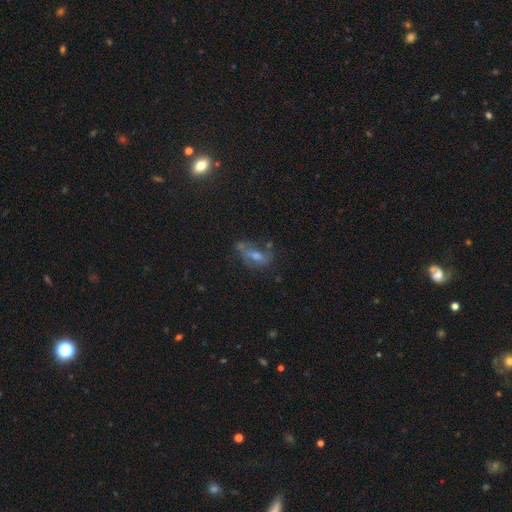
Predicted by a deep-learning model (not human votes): The model was most divided on "smooth or featured": featured or disk: 41%, smooth: 38%, star or artifact: 22%. Remaining: merging — none (47%).